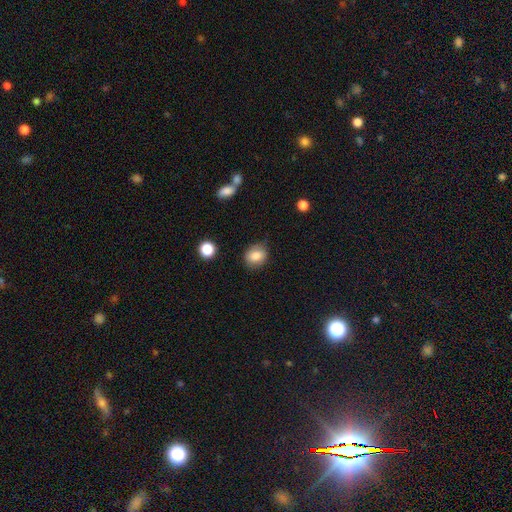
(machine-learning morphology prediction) smooth_or_featured: smooth (p=0.82) [alt: star or artifact p=0.09]
how_rounded: round (p=0.54) [alt: in between p=0.44]
merging: none (p=0.75) [alt: minor disturbance p=0.19]